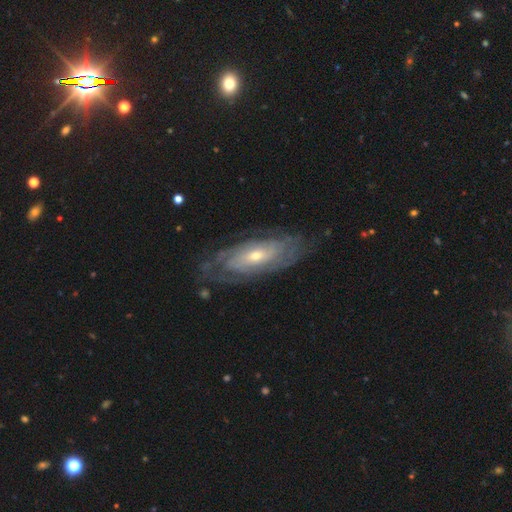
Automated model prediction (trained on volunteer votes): featured or disk 81%, smooth 13%, star or artifact 6%. Down the decision tree: edge-on disk — no (87%); bar — no (66%); spiral arms — yes (87%); spiral arm count — can't tell (57%); spiral winding — tight (74%); bulge size — small (53%); merging — none (76%).